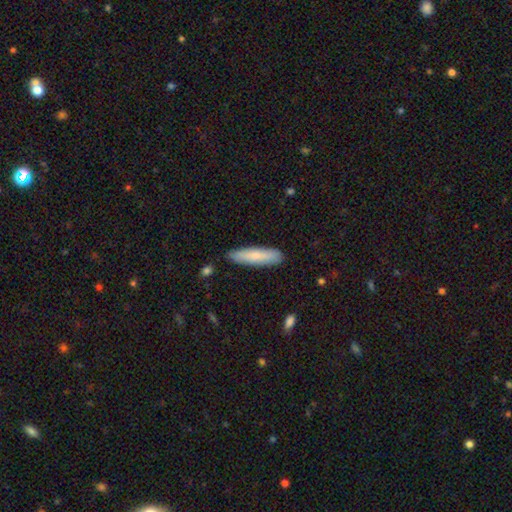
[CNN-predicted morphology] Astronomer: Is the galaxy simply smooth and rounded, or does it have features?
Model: smooth — 75%.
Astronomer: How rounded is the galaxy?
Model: cigar-shaped — 79%.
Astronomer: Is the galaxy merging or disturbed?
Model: none — 86%.